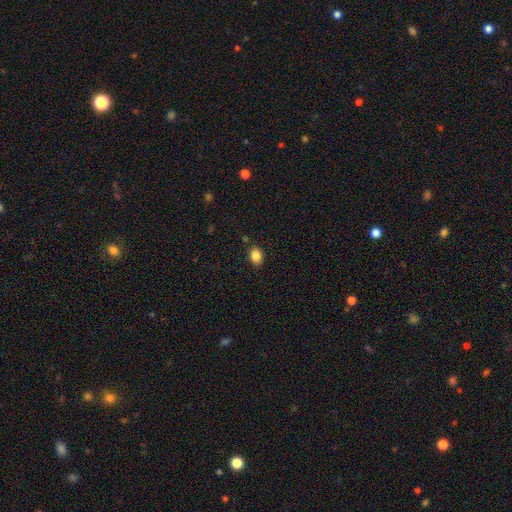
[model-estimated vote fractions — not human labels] Smooth or featured? smooth (86%)
How rounded? in between (67%)
Merging? none (86%)